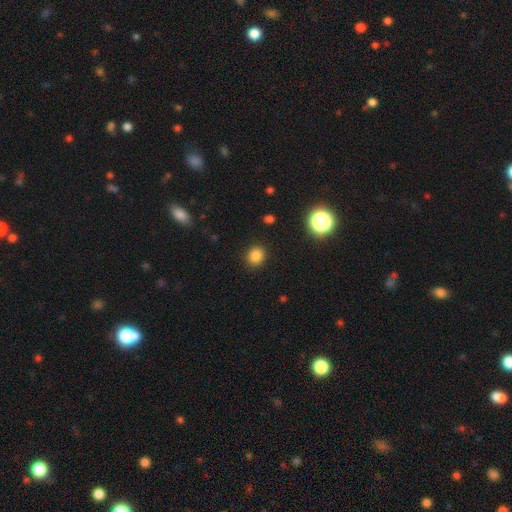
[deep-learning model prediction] This is clearly a smooth galaxy (83%). How rounded: likely round (76%). Merging: clearly none (90%).